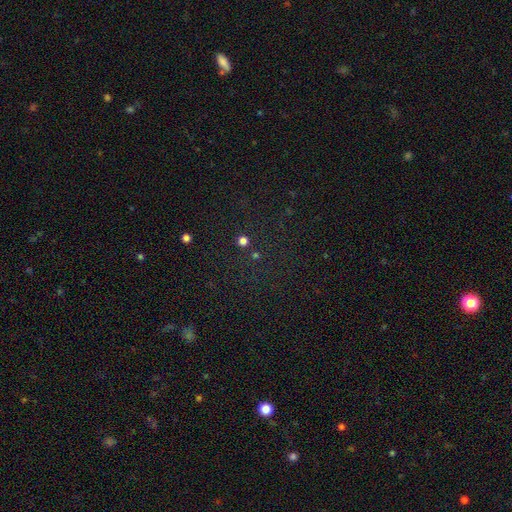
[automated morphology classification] type=star or artifact (63%).